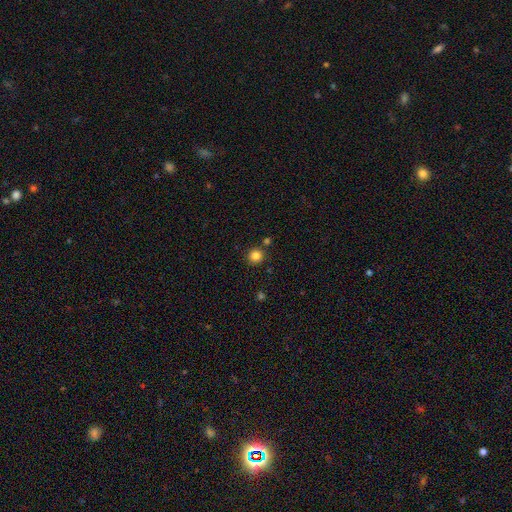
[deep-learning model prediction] Smooth or featured?
  - smooth: 83% *
  - star or artifact: 12%
  - featured or disk: 5%
How rounded?
  - round: 94% *
  - in between: 5%
  - cigar-shaped: 1%
Merging?
  - none: 85% *
  - minor disturbance: 7%
  - merger: 6%
  - major disturbance: 2%